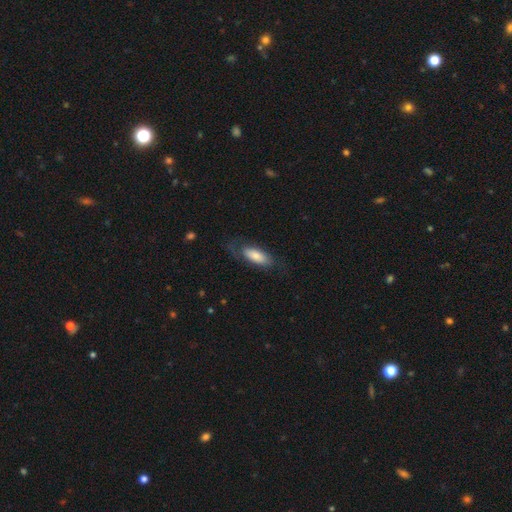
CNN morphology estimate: smooth_or_featured: smooth (p=0.69) [alt: featured or disk p=0.24]
how_rounded: in between (p=0.78) [alt: cigar-shaped p=0.20]
merging: none (p=0.62) [alt: minor disturbance p=0.21]